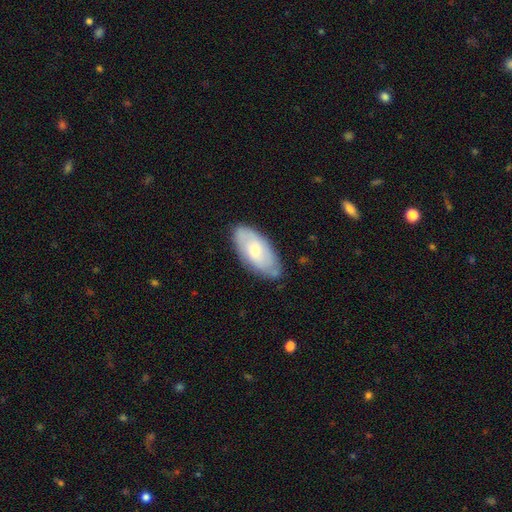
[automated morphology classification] type=smooth (55%); roundness=in between (91%); merging=none (75%).